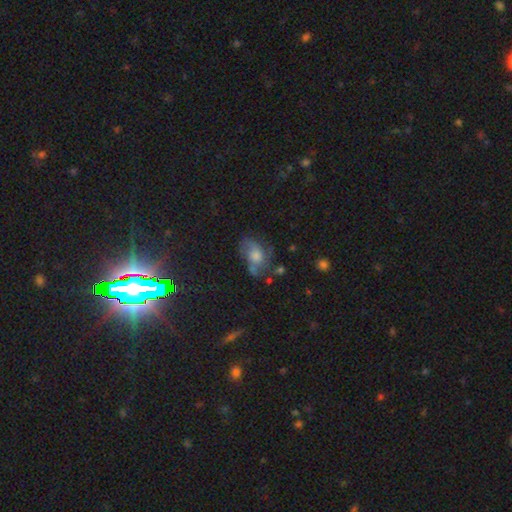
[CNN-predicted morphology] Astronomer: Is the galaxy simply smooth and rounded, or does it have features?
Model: featured or disk — 46% (runner-up: smooth, 34%).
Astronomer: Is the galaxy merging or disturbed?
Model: none — 50% (runner-up: minor disturbance, 25%).